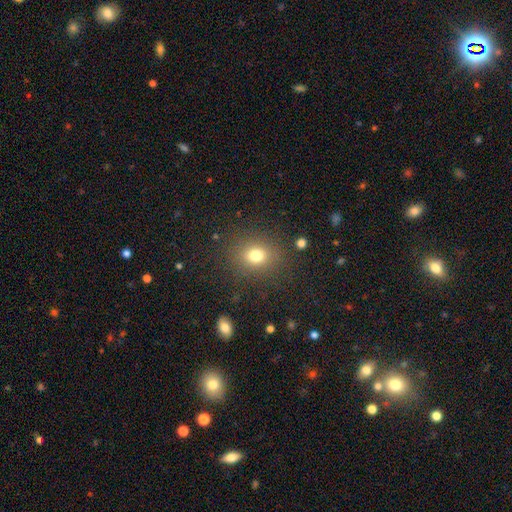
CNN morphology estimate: Smooth or featured? smooth (77%)
How rounded? round (63%)
Merging? none (84%)